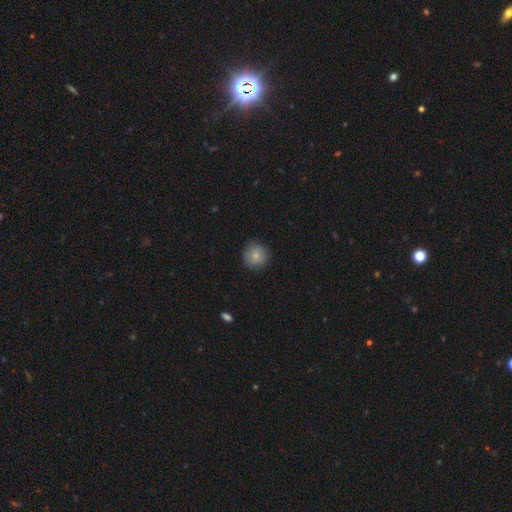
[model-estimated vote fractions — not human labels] Smooth or featured? smooth (81%)
How rounded? round (93%)
Merging? none (84%)